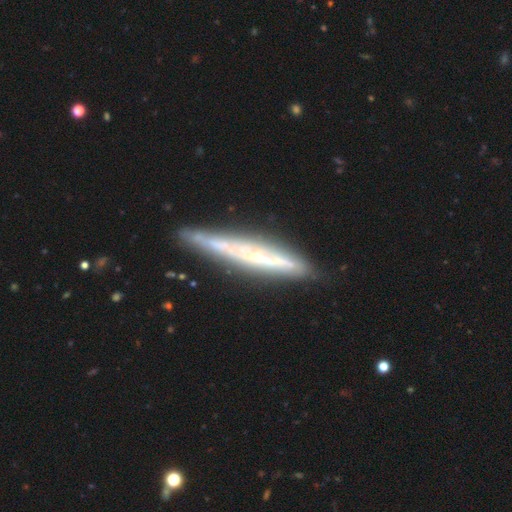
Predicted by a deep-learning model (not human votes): featured or disk 68%, smooth 25%, star or artifact 7%. Down the decision tree: edge-on disk — yes (92%); edge-on bulge — none (74%); merging — none (79%).